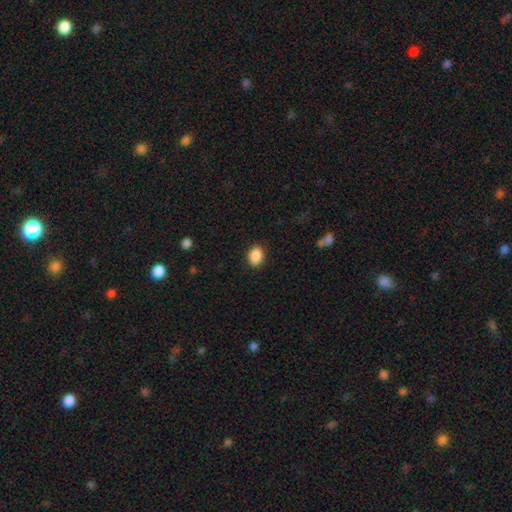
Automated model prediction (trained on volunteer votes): smooth 89%, star or artifact 8%, featured or disk 3%. Down the decision tree: how rounded — in between (73%); merging — none (89%).